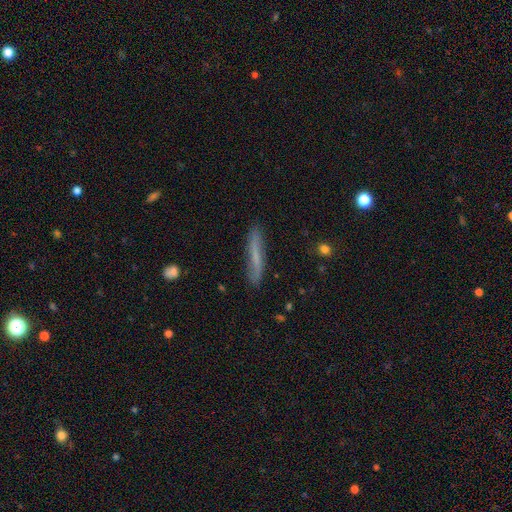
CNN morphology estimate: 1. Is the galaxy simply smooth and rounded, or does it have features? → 52% smooth, 40% featured or disk, 8% star or artifact.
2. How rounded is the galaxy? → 93% cigar-shaped, 5% in between, 2% round.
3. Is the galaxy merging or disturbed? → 83% none, 13% minor disturbance, 3% major disturbance, 2% merger.